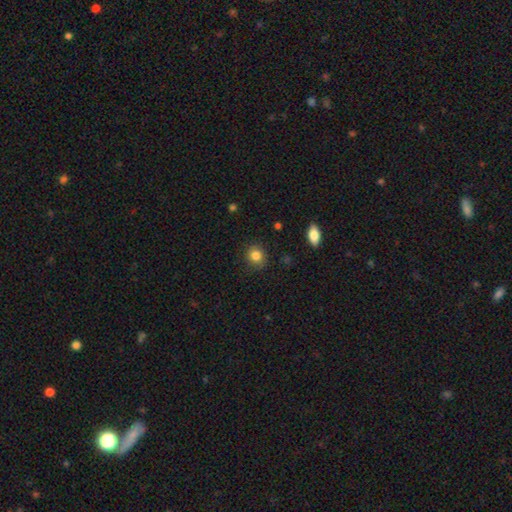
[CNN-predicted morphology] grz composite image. It shows a smooth galaxy with no disk features (85%) that is round (79%). Merging: none (85%).